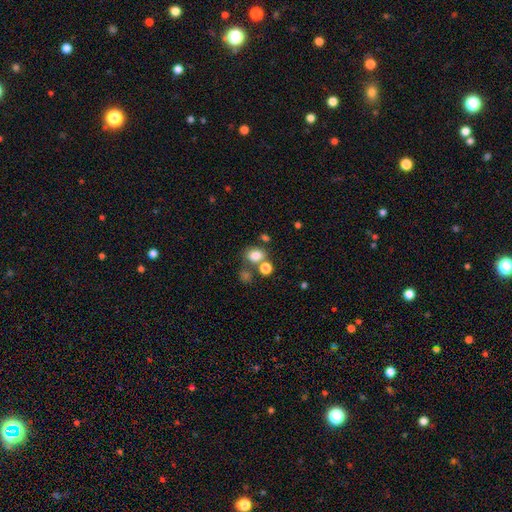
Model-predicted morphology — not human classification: Smooth or featured? Predicted: smooth (p=0.79). How rounded? Predicted: in between (p=0.56). Merging? Predicted: none (p=0.58).